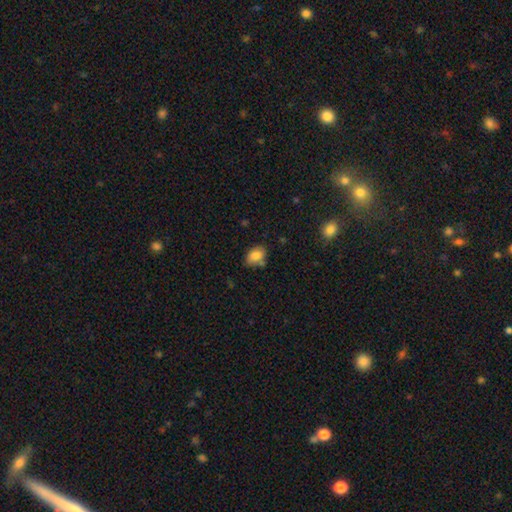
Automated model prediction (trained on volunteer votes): Q: Smooth or featured?
A: smooth (80%); runner-up: featured or disk (11%)
Q: How rounded?
A: in between (80%); runner-up: round (19%)
Q: Merging?
A: none (66%); runner-up: minor disturbance (19%)